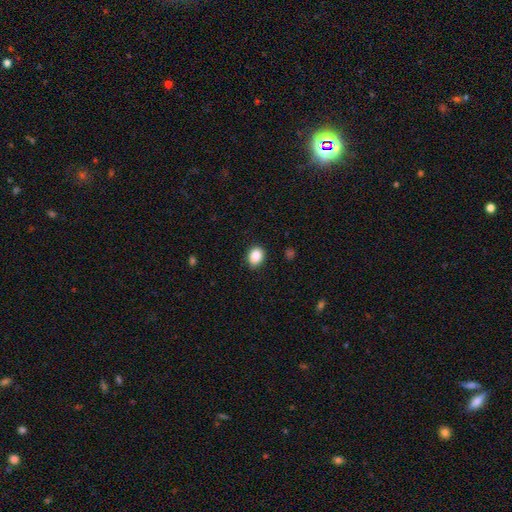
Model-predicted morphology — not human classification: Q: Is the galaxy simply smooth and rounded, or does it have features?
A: smooth — 88%.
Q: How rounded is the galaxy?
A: in between — 57%.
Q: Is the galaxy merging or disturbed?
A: none — 86%.